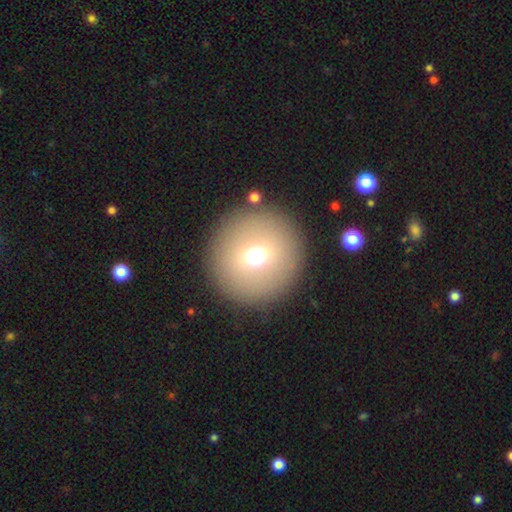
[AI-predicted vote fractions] Smooth or featured?
  - smooth: 66% *
  - featured or disk: 19%
  - star or artifact: 15%
How rounded?
  - round: 94% *
  - in between: 5%
  - cigar-shaped: 1%
Merging?
  - none: 88% *
  - minor disturbance: 6%
  - major disturbance: 4%
  - merger: 2%